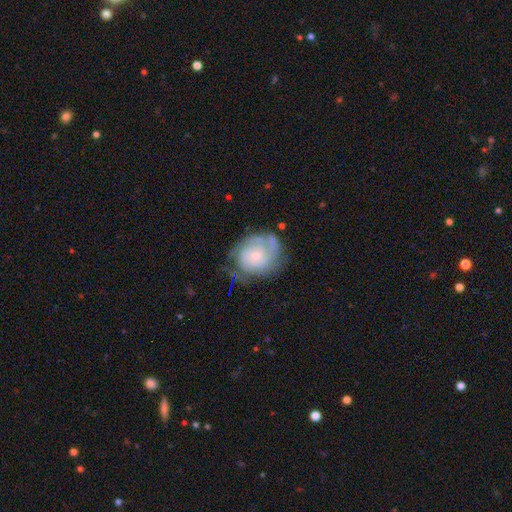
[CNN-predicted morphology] Smooth or featured? featured or disk (74%)
Edge-on disk? no (98%)
Bar? no (77%)
Spiral arms? yes (90%)
Spiral winding? tight (65%)
Spiral arm count? can't tell (41%)
Bulge size? small (67%)
Merging? none (60%)